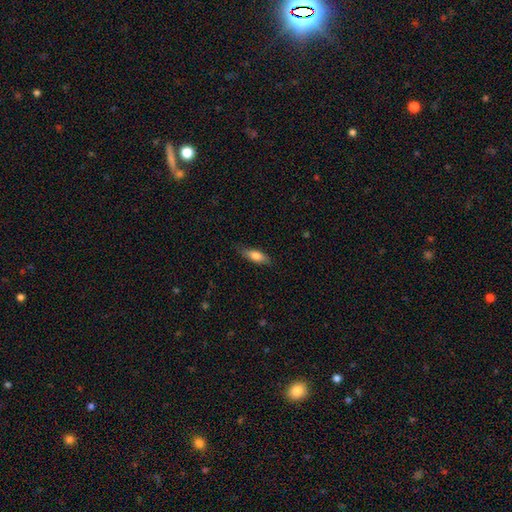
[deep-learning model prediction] Q: Smooth or featured?
A: smooth (75%); runner-up: featured or disk (19%)
Q: How rounded?
A: in between (59%); runner-up: cigar-shaped (38%)
Q: Merging?
A: none (79%); runner-up: minor disturbance (16%)